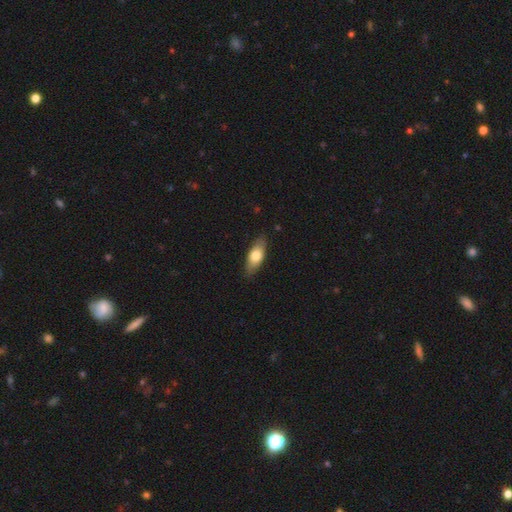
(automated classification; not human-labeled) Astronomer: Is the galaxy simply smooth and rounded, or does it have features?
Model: smooth — 68%.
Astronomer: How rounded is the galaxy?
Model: in between — 74%.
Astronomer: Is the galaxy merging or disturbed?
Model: none — 84%.